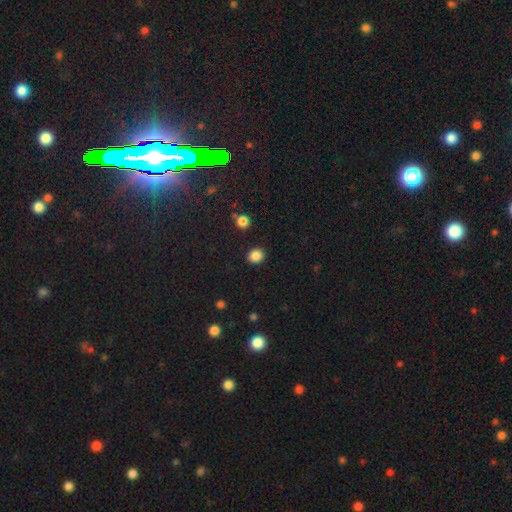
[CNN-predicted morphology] This appears to be a smooth galaxy with no disk features (86%) that is round (75%). Merging: none (90%).